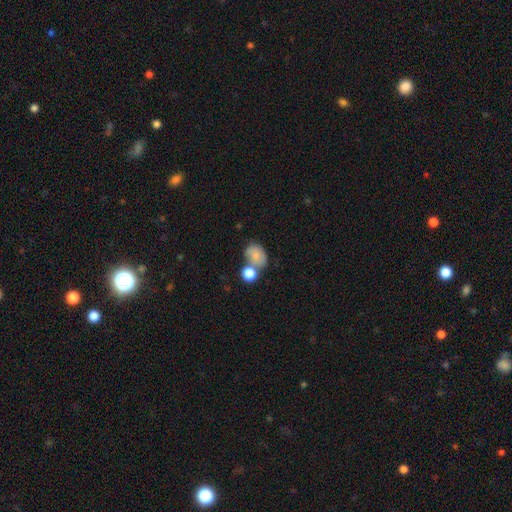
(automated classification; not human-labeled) Smooth or featured: smooth — 72% (featured or disk — 18%)
How rounded: in between — 58% (round — 41%)
Merging: none — 38% (merger — 34%)